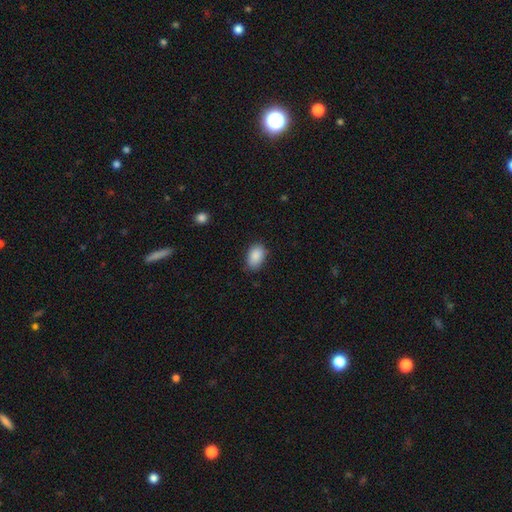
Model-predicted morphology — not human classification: Q: Smooth or featured?
A: smooth (89%); runner-up: star or artifact (7%)
Q: How rounded?
A: in between (88%); runner-up: round (11%)
Q: Merging?
A: none (79%); runner-up: minor disturbance (16%)